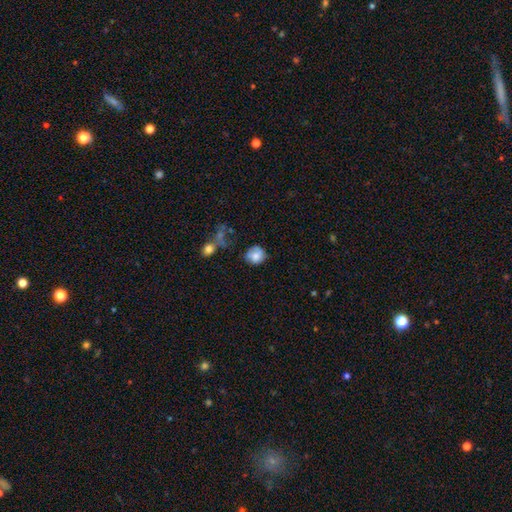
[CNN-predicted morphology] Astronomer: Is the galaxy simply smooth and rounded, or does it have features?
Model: smooth — 73%.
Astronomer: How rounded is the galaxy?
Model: round — 73%.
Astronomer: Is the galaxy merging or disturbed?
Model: none — 53% (runner-up: minor disturbance, 29%).